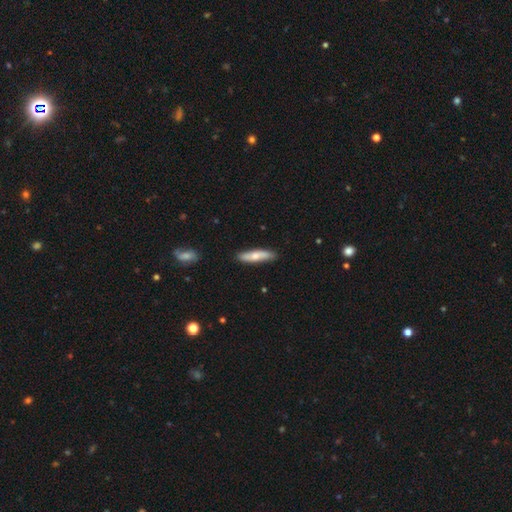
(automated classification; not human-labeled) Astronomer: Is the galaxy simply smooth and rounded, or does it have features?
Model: smooth — 64%.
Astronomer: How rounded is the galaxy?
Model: cigar-shaped — 76%.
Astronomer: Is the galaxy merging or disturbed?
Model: none — 86%.